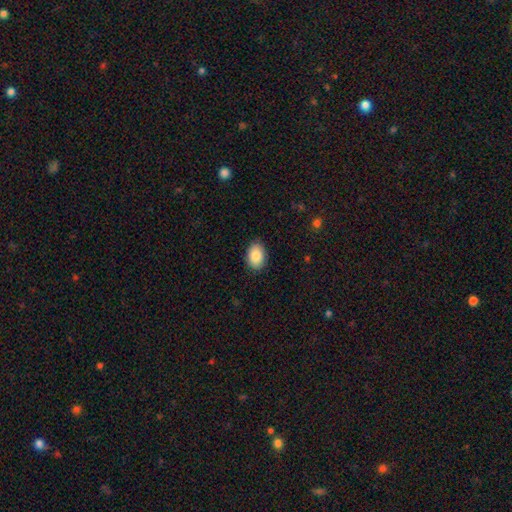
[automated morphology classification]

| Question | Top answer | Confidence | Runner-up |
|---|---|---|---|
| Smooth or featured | smooth | 88% | star or artifact (7%) |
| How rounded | in between | 83% | round (16%) |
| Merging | none | 87% | minor disturbance (10%) |